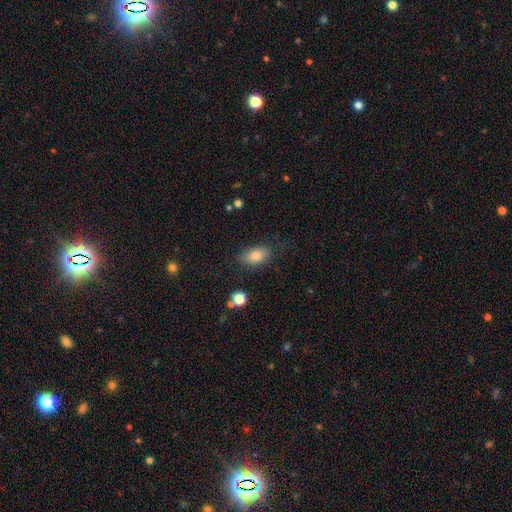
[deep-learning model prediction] Smooth or featured?
  - smooth: 80% *
  - featured or disk: 11%
  - star or artifact: 9%
How rounded?
  - in between: 89% *
  - round: 7%
  - cigar-shaped: 4%
Merging?
  - none: 77% *
  - minor disturbance: 17%
  - major disturbance: 5%
  - merger: 2%